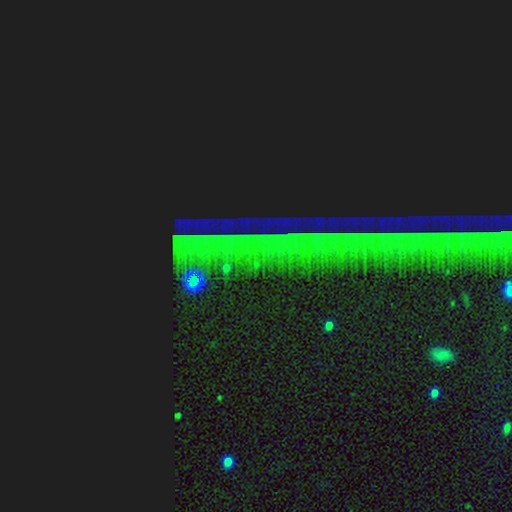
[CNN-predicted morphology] A star or artifact, not a galaxy (85%).